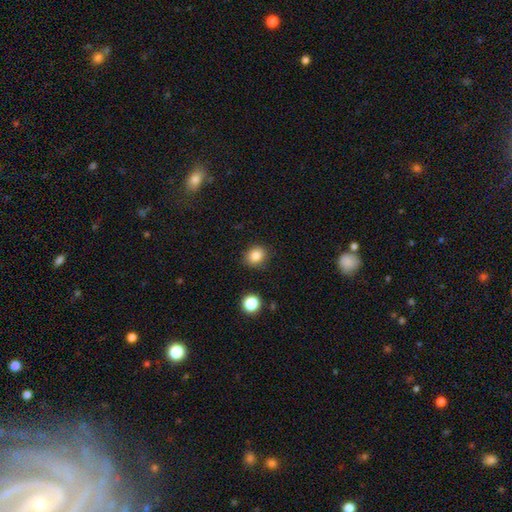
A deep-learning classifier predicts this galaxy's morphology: smooth 83%, star or artifact 11%, featured or disk 6%. Down the decision tree: how rounded — round (71%); merging — none (87%).